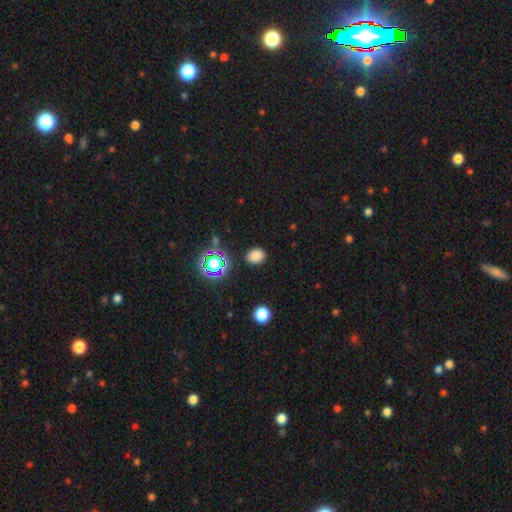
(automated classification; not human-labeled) Q: Smooth or featured?
A: smooth (77%); runner-up: star or artifact (18%)
Q: How rounded?
A: in between (53%); runner-up: round (46%)
Q: Merging?
A: none (86%); runner-up: minor disturbance (9%)